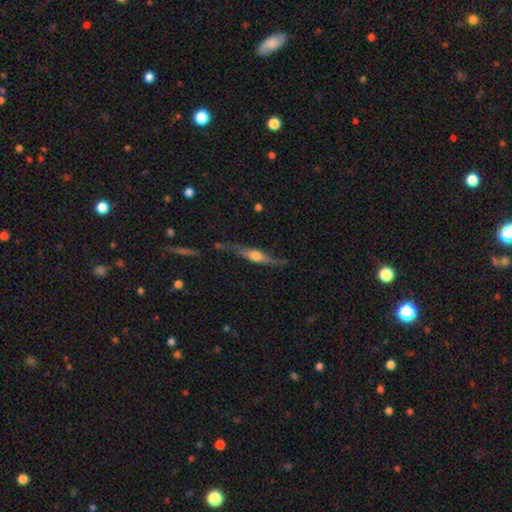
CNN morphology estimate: This appears to be a featured or disk galaxy (65%) viewed edge-on (92%) with a rounded central bulge (85%). Merging: none (65%).